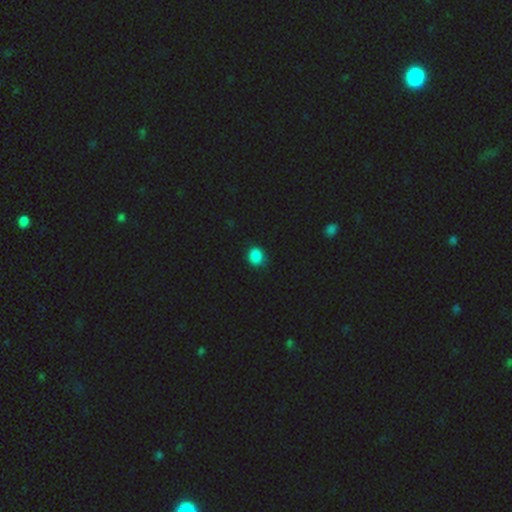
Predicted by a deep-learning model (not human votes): Q: Smooth or featured?
A: smooth (85%); runner-up: star or artifact (12%)
Q: How rounded?
A: round (69%); runner-up: in between (30%)
Q: Merging?
A: none (86%); runner-up: minor disturbance (11%)